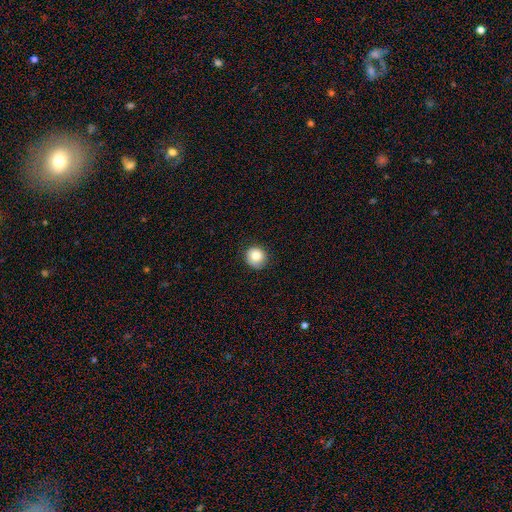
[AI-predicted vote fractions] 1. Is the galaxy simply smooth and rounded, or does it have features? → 83% smooth, 9% star or artifact, 8% featured or disk.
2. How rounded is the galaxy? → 89% round, 10% in between, 1% cigar-shaped.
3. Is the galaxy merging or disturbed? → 83% none, 13% minor disturbance, 3% major disturbance, 1% merger.